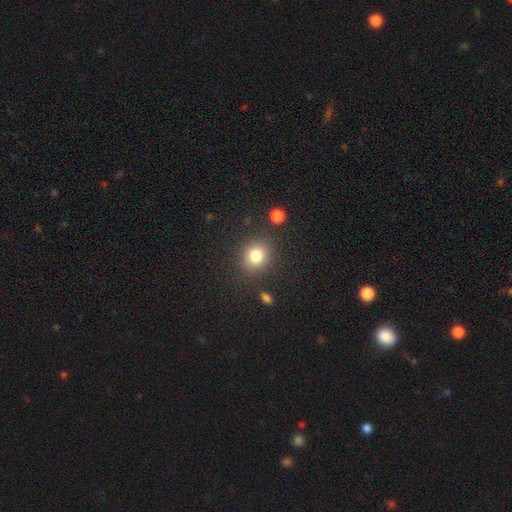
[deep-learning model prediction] smooth 80%, star or artifact 12%, featured or disk 7%. Down the decision tree: how rounded — round (79%); merging — none (85%).